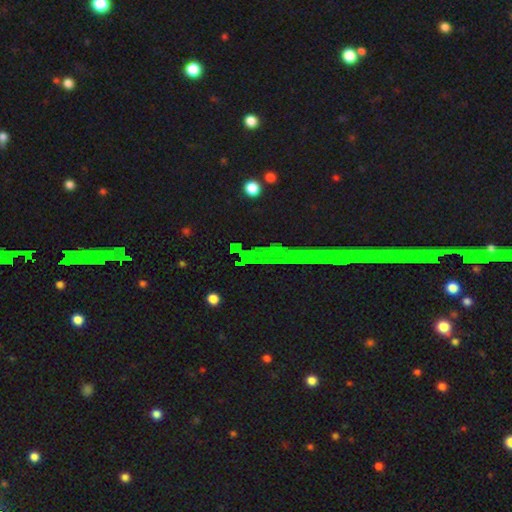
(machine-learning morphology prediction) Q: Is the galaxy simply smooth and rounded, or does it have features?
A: star or artifact — 85%.